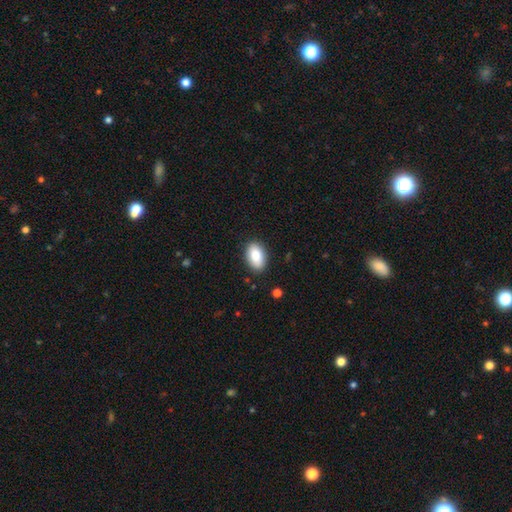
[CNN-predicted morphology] A smooth galaxy with no disk features (87%) that is in between round and cigar-shaped (92%).

Vote fractions:
- Smooth or featured? smooth: 87% / star or artifact: 7% / featured or disk: 6%
- How rounded? in between: 92% / round: 6% / cigar-shaped: 2%
- Merging? none: 87% / minor disturbance: 10% / major disturbance: 2% / merger: 1%